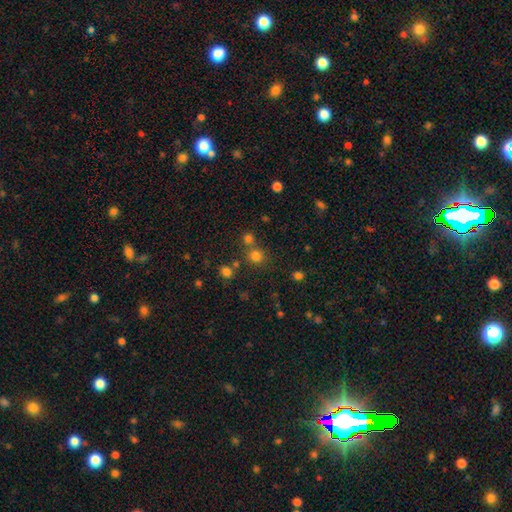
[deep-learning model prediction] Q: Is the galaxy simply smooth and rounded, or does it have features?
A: smooth — 75%.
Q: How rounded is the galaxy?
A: round — 91%.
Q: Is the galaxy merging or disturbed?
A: none — 70%.